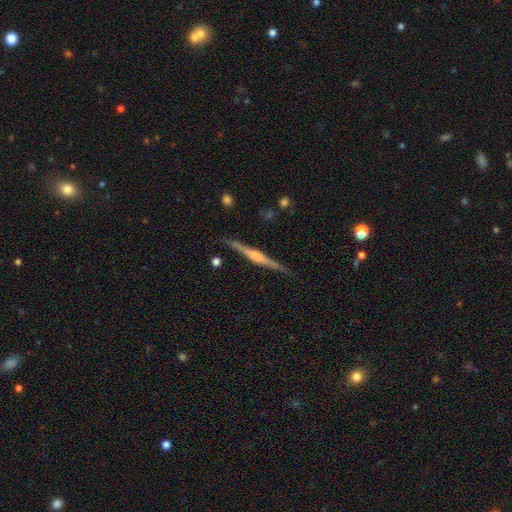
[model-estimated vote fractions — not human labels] A featured or disk galaxy (74%) viewed edge-on (98%) with a rounded central bulge (56%).

Vote fractions:
- Smooth or featured? featured or disk: 74% / smooth: 20% / star or artifact: 6%
- Edge-on disk? yes: 98% / no: 2%
- Edge-on bulge? rounded: 56% / boxy: 32% / none: 12%
- Merging? none: 88% / minor disturbance: 9% / major disturbance: 2% / merger: 2%